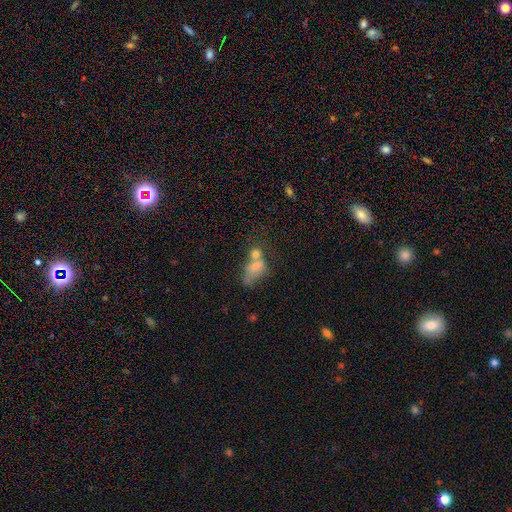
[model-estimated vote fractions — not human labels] Smooth or featured? Predicted: smooth (p=0.54). How rounded? Predicted: in between (p=0.73). Merging? Predicted: merger (p=0.35).